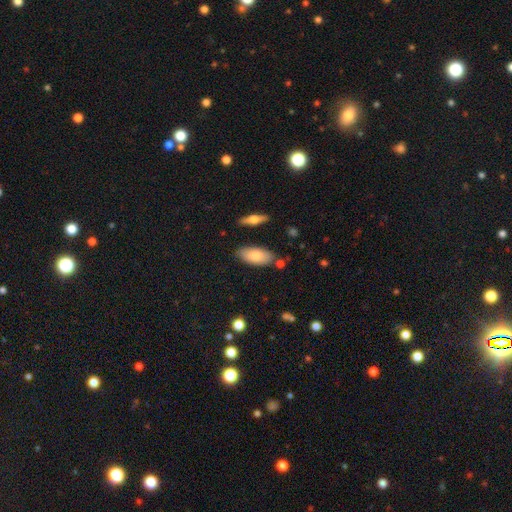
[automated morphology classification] Q: Smooth or featured?
A: smooth (78%); runner-up: featured or disk (15%)
Q: How rounded?
A: in between (89%); runner-up: cigar-shaped (9%)
Q: Merging?
A: none (78%); runner-up: minor disturbance (14%)